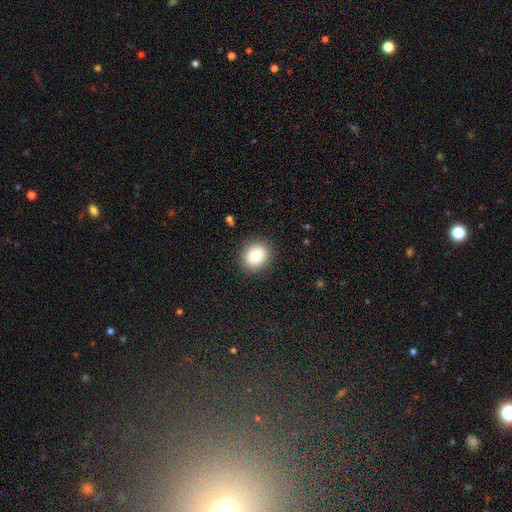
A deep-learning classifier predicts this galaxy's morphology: smooth-or-featured: smooth: 85% | star or artifact: 9% | featured or disk: 6%
  how-rounded: round: 62% | in between: 37% | cigar-shaped: 1%
  merging: none: 89% | minor disturbance: 8% | major disturbance: 3% | merger: 1%